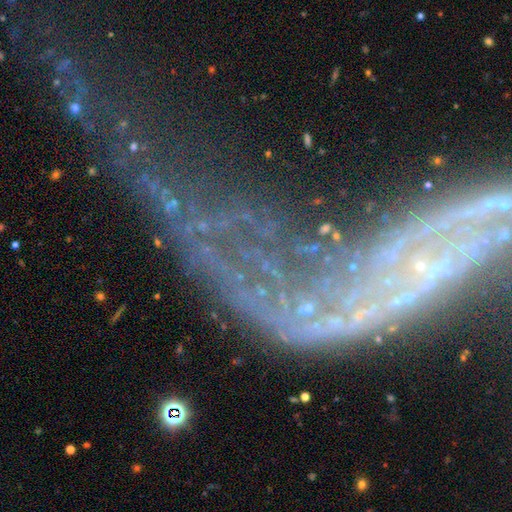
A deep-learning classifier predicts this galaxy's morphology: Overall: featured or disk (48%; star or artifact 39%). Merging: none (45%; major disturbance 29%).